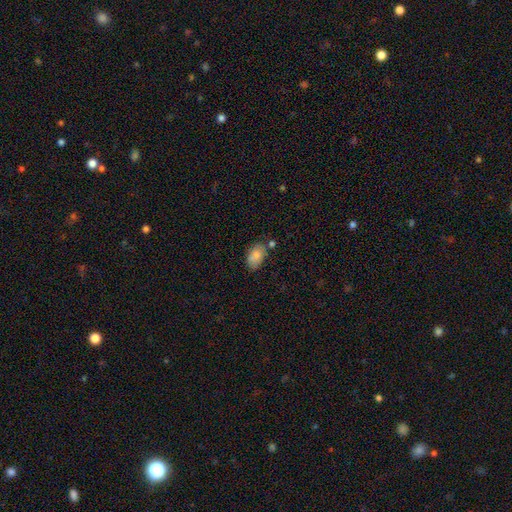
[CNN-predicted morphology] A smooth galaxy with no disk features (83%) that is in between round and cigar-shaped (92%). Merging: none (65%).